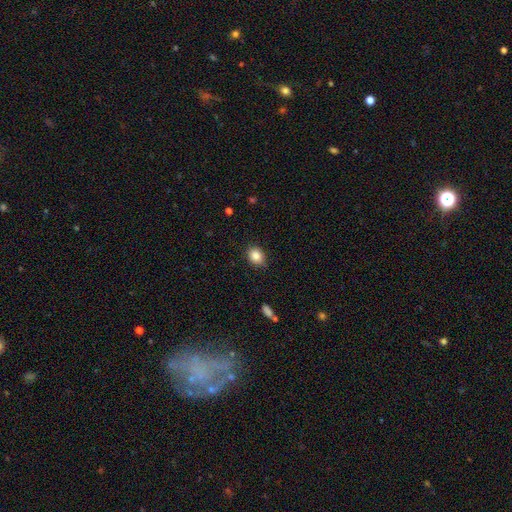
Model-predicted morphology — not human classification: The model was most divided on "how rounded": round: 50%, in between: 49%, cigar-shaped: 1%. More confident: smooth or featured — smooth (86%); merging — none (83%).